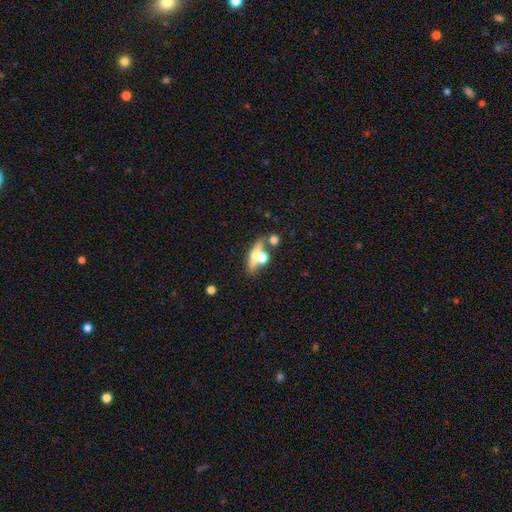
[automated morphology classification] featured or disk 47%, smooth 43%, star or artifact 11%. Down the decision tree: merging — none (47%).